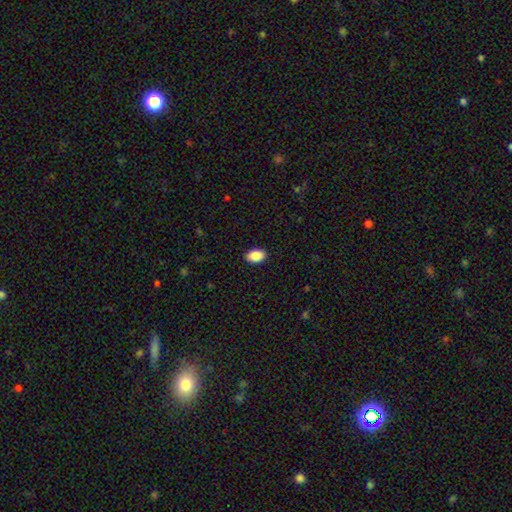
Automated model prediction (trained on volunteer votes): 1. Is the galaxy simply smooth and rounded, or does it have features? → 88% smooth, 7% star or artifact, 4% featured or disk.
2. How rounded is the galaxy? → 90% in between, 8% round, 1% cigar-shaped.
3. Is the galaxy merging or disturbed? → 90% none, 8% minor disturbance, 2% major disturbance, 1% merger.